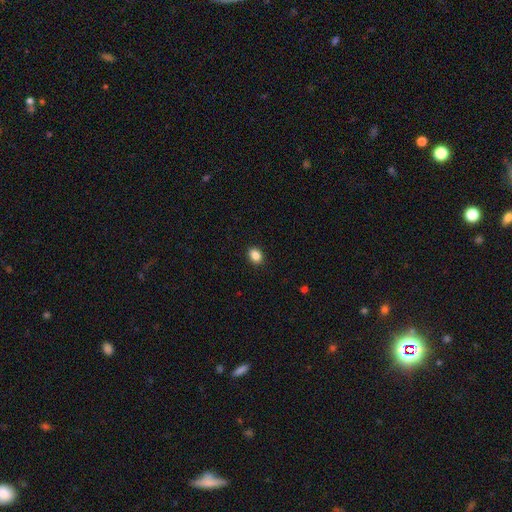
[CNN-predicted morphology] smooth 87%, star or artifact 9%, featured or disk 4%. Down the decision tree: how rounded — in between (57%); merging — none (90%).